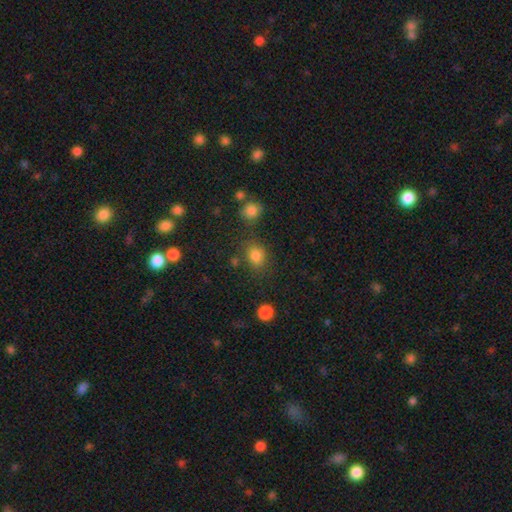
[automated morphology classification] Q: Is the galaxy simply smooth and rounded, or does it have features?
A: smooth — 80%.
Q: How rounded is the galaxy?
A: round — 61%.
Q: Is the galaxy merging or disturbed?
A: none — 73%.